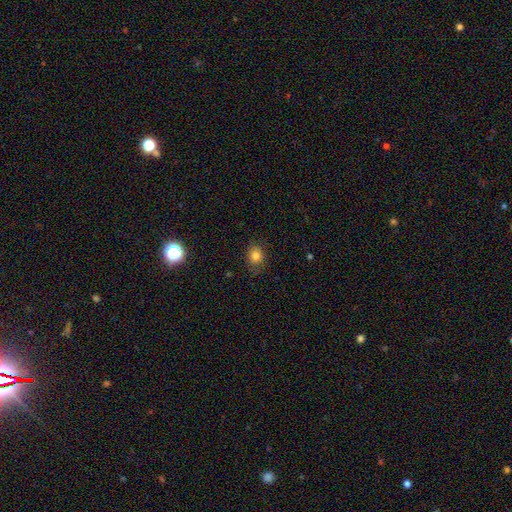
smooth_or_featured: smooth (p=0.84) [alt: featured or disk p=0.08]
how_rounded: in between (p=0.66) [alt: round p=0.34]
merging: none (p=0.71) [alt: minor disturbance p=0.23]